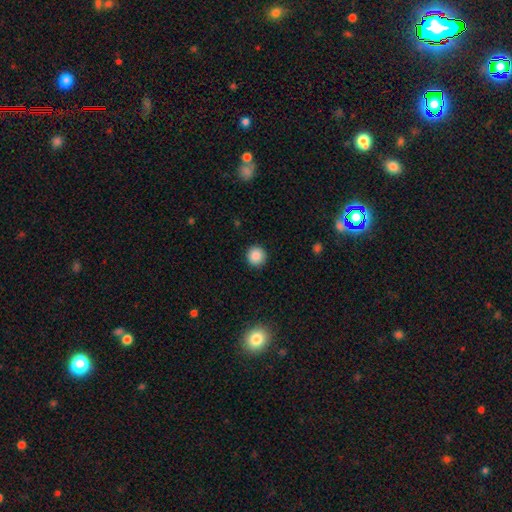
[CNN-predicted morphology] type=smooth (87%); roundness=round (95%); merging=none (92%).